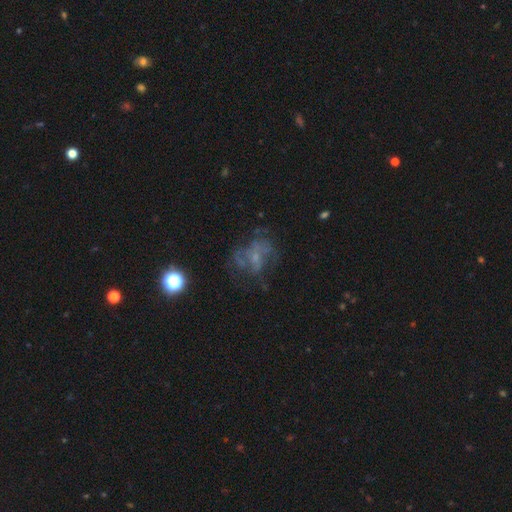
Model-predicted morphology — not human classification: Smooth or featured? Predicted: featured or disk (p=0.60). Edge-on disk? Predicted: no (p=0.98). Bar? Predicted: no (p=0.71). Spiral arms? Predicted: yes (p=0.53). Bulge size? Predicted: small (p=0.49). Merging? Predicted: none (p=0.51).